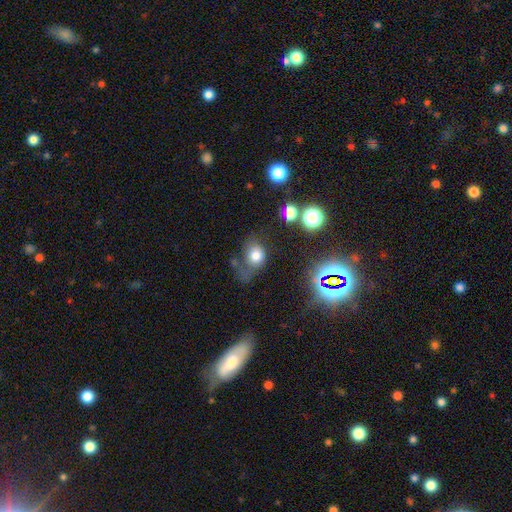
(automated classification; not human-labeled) smooth_or_featured: smooth (p=0.73) [alt: star or artifact p=0.15]
how_rounded: round (p=0.58) [alt: in between p=0.41]
merging: none (p=0.38) [alt: major disturbance p=0.27]